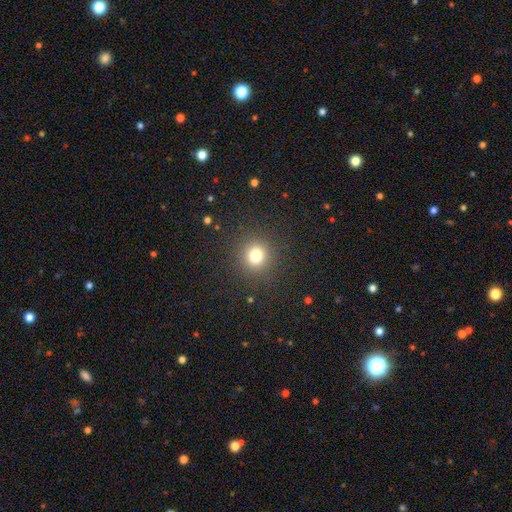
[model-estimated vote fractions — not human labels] smooth-or-featured: smooth: 77% | star or artifact: 16% | featured or disk: 6%
  how-rounded: round: 93% | in between: 6% | cigar-shaped: 1%
  merging: none: 90% | minor disturbance: 6% | major disturbance: 3% | merger: 1%